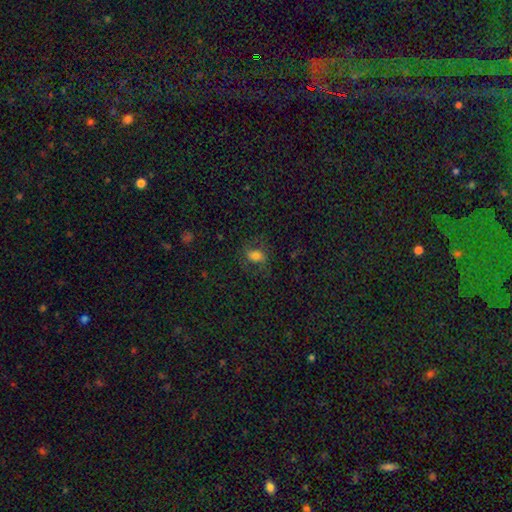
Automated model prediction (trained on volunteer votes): Q: Smooth or featured?
A: smooth (54%); runner-up: featured or disk (29%)
Q: How rounded?
A: in between (67%); runner-up: round (30%)
Q: Merging?
A: none (69%); runner-up: minor disturbance (17%)